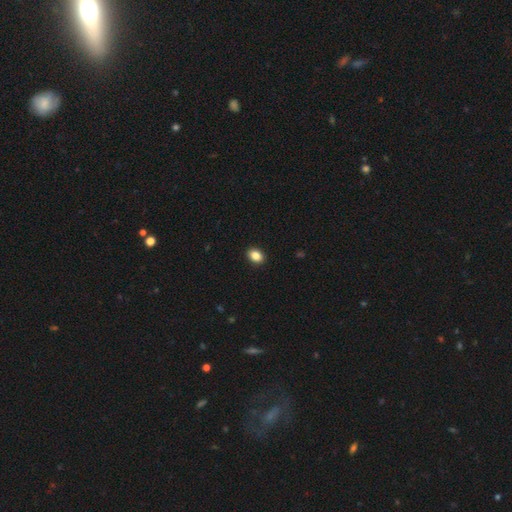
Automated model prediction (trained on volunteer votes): A smooth galaxy with no disk features (87%) that is in between round and cigar-shaped (69%). Merging: none (92%).